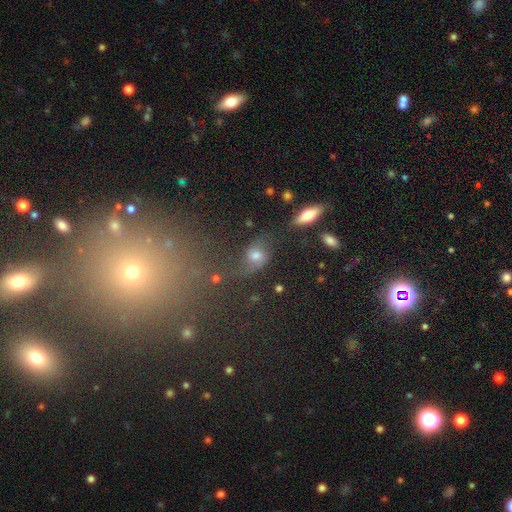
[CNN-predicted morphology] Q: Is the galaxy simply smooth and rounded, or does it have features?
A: smooth — 48%.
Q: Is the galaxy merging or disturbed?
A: none — 52%.